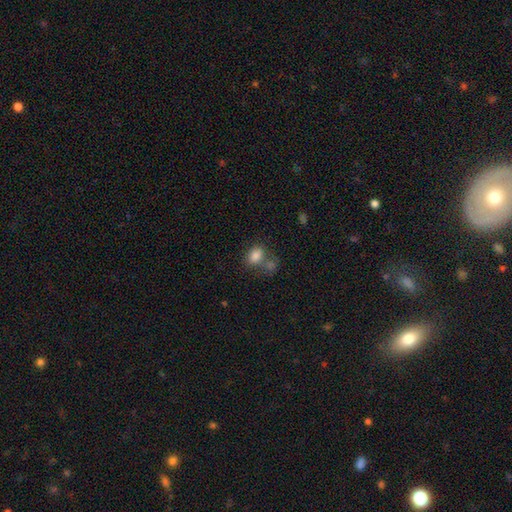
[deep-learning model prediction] Smooth or featured? smooth (82%)
How rounded? in between (74%)
Merging? none (44%)